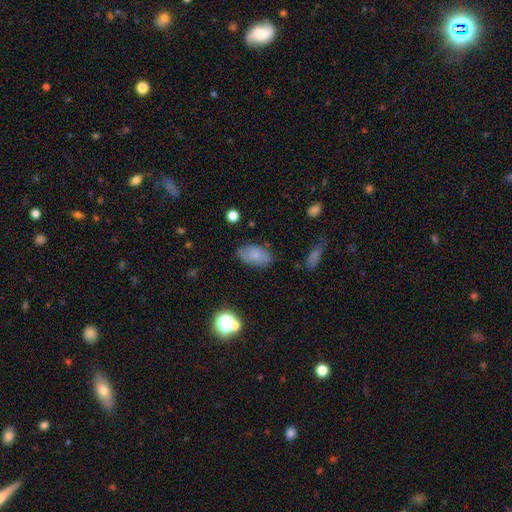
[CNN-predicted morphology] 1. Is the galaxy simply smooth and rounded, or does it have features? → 78% smooth, 12% featured or disk, 9% star or artifact.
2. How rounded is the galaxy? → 93% in between, 5% round, 2% cigar-shaped.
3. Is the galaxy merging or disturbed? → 79% none, 15% minor disturbance, 4% major disturbance, 2% merger.